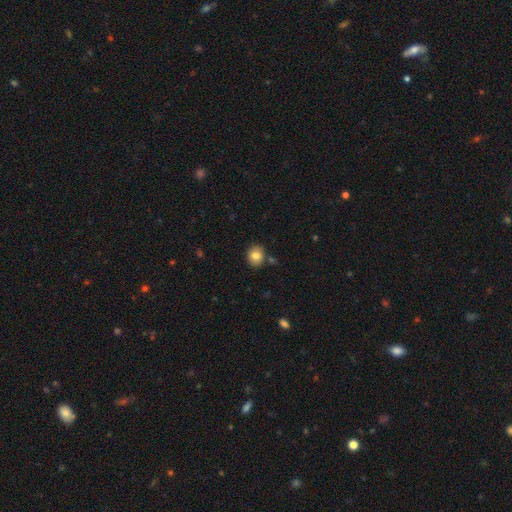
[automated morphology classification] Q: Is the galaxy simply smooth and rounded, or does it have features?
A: smooth — 82%.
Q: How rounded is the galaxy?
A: round — 64%.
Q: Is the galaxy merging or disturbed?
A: none — 82%.